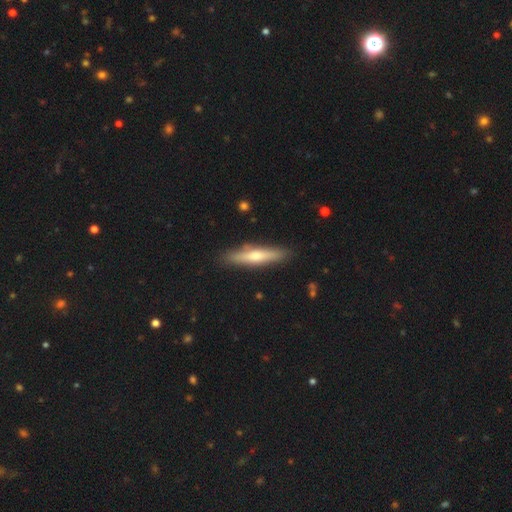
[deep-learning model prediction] Smooth or featured: featured or disk — 47% (tied with smooth — 47%)
Merging: none — 88% (minor disturbance — 8%)